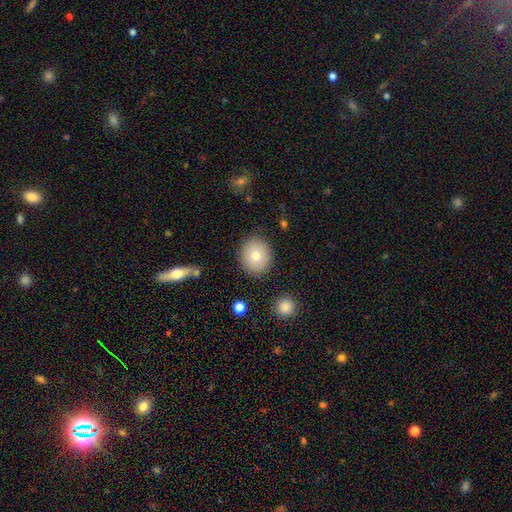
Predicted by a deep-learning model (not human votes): The model was most divided on "how rounded": round: 74%, in between: 25%, cigar-shaped: 1%. More confident: merging — none (87%); smooth or featured — smooth (77%).